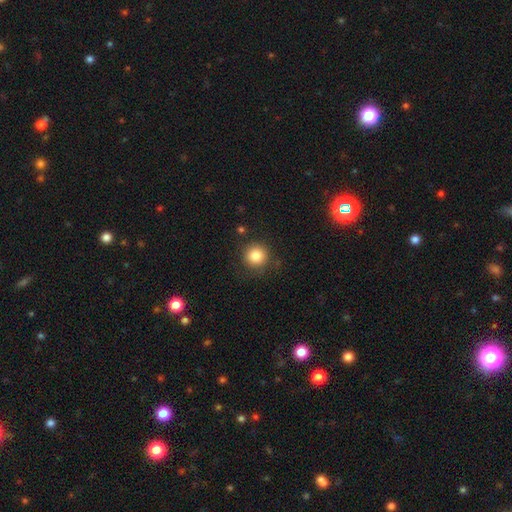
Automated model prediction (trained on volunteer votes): This appears to be a smooth galaxy with no disk features (85%) that is round (94%). Merging: none (84%).